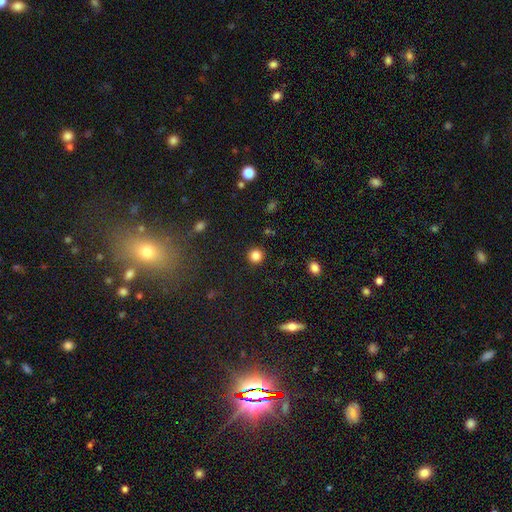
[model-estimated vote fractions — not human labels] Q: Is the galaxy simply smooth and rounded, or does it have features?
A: smooth — 84%.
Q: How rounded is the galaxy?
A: round — 94%.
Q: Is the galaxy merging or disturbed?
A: none — 91%.